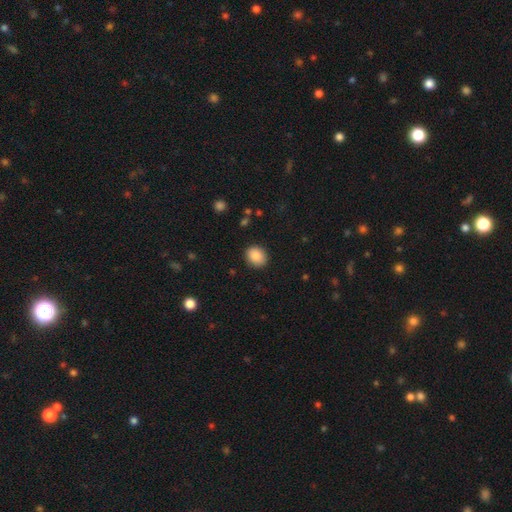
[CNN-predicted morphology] This is clearly a smooth galaxy (88%). How rounded: likely round (63%). Merging: clearly none (89%).